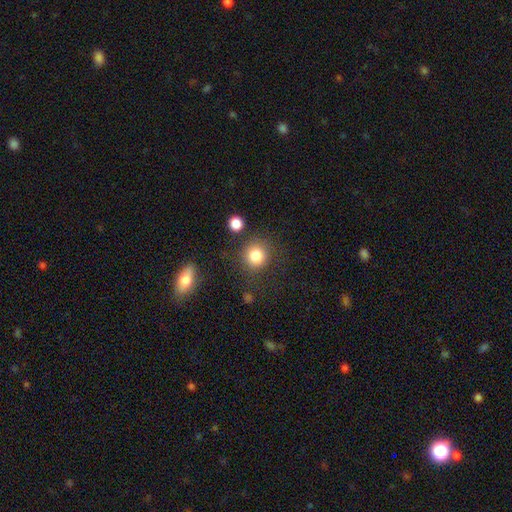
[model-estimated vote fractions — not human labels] Morphology: type=smooth (83%); roundness=round (88%); merging=none (81%).